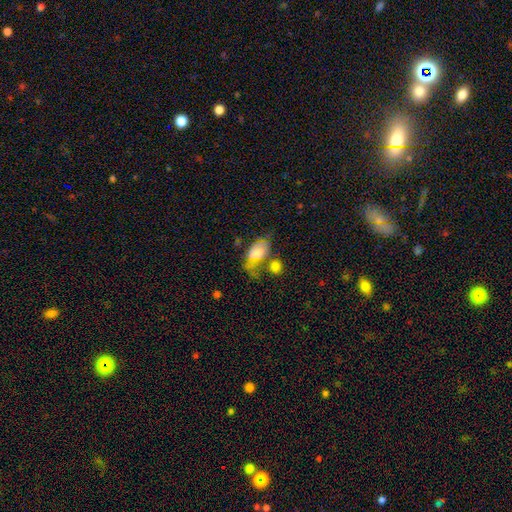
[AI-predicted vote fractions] Smooth or featured? smooth (58%)
How rounded? in between (88%)
Merging? none (30%)